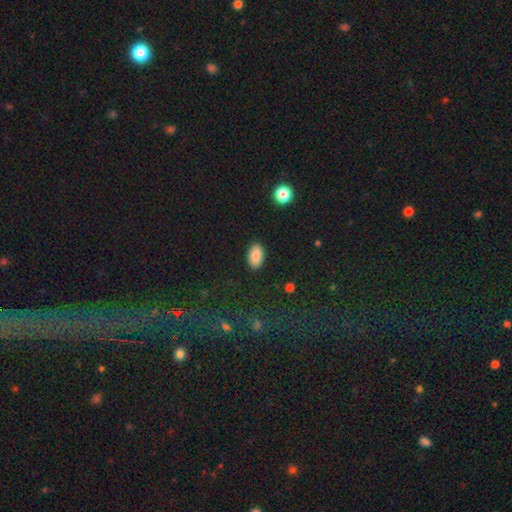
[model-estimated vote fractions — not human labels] Overall: smooth (87%). How rounded: in between (93%). Merging: none (89%).